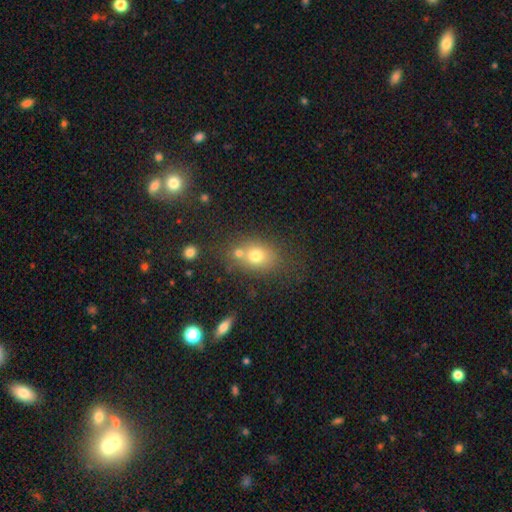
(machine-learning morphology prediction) type=smooth (72%); roundness=in between (52%); merging=none (55%).